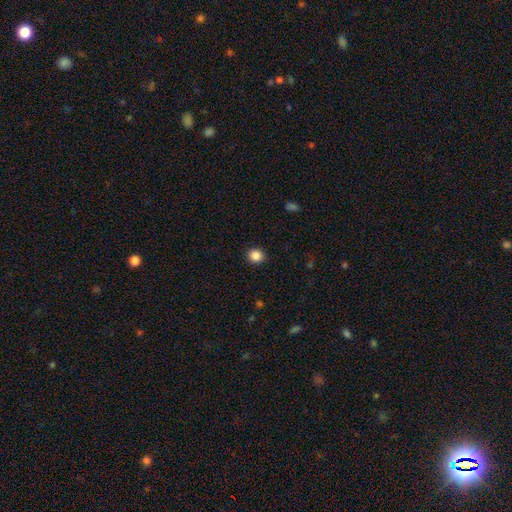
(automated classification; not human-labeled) smooth_or_featured: smooth (p=0.86) [alt: star or artifact p=0.11]
how_rounded: round (p=0.85) [alt: in between p=0.14]
merging: none (p=0.92) [alt: minor disturbance p=0.05]